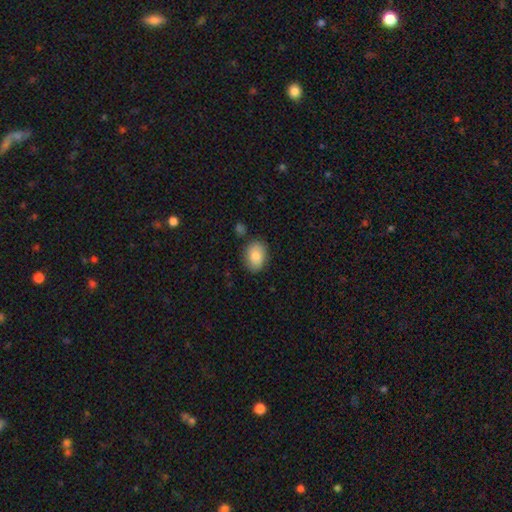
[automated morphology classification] Q: Smooth or featured?
A: smooth (85%); runner-up: featured or disk (9%)
Q: How rounded?
A: in between (76%); runner-up: round (23%)
Q: Merging?
A: none (81%); runner-up: minor disturbance (13%)